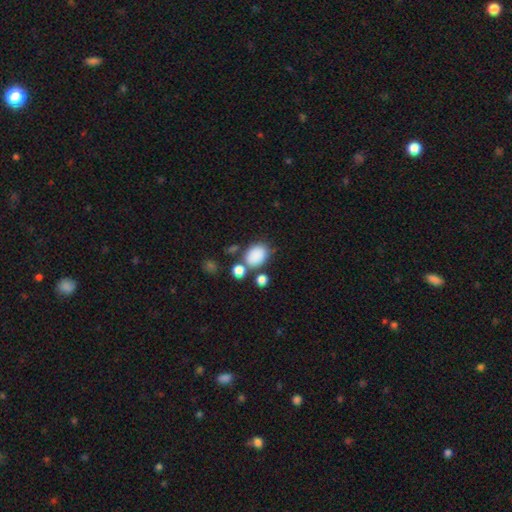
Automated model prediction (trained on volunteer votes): Q: Smooth or featured?
A: smooth (85%); runner-up: star or artifact (9%)
Q: How rounded?
A: in between (74%); runner-up: round (24%)
Q: Merging?
A: none (62%); runner-up: merger (17%)